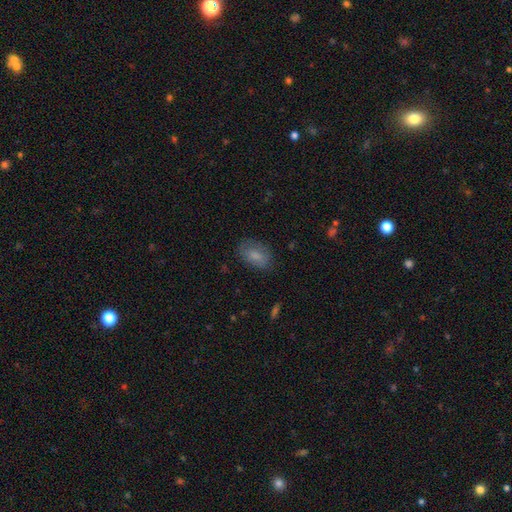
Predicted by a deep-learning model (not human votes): smooth-or-featured: smooth: 78% | featured or disk: 14% | star or artifact: 8%
  how-rounded: in between: 89% | round: 8% | cigar-shaped: 2%
  merging: none: 76% | minor disturbance: 17% | major disturbance: 5% | merger: 1%